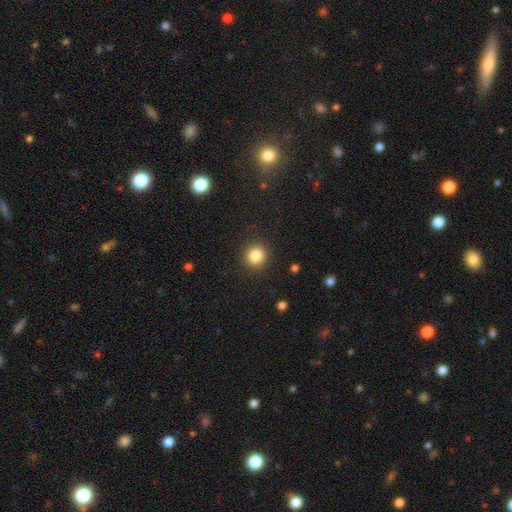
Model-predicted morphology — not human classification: A smooth galaxy with no disk features (84%) that is round (91%).

Vote fractions:
- Smooth or featured? smooth: 84% / star or artifact: 11% / featured or disk: 6%
- How rounded? round: 91% / in between: 8% / cigar-shaped: 1%
- Merging? none: 90% / minor disturbance: 6% / major disturbance: 2% / merger: 1%